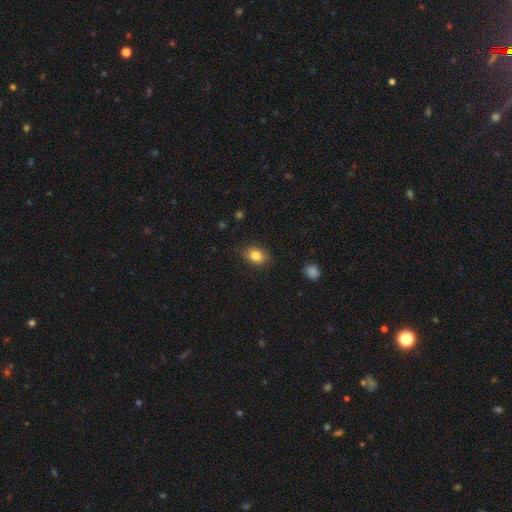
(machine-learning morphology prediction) Q: Smooth or featured?
A: smooth (84%); runner-up: star or artifact (9%)
Q: How rounded?
A: in between (67%); runner-up: round (31%)
Q: Merging?
A: none (86%); runner-up: minor disturbance (11%)